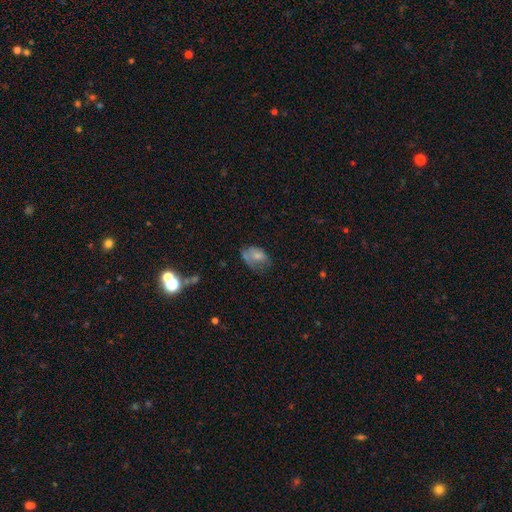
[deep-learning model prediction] The model was most divided on "merging": none: 39%, minor disturbance: 34%, major disturbance: 22%, merger: 5%. More confident: how rounded — in between (83%); smooth or featured — smooth (67%).